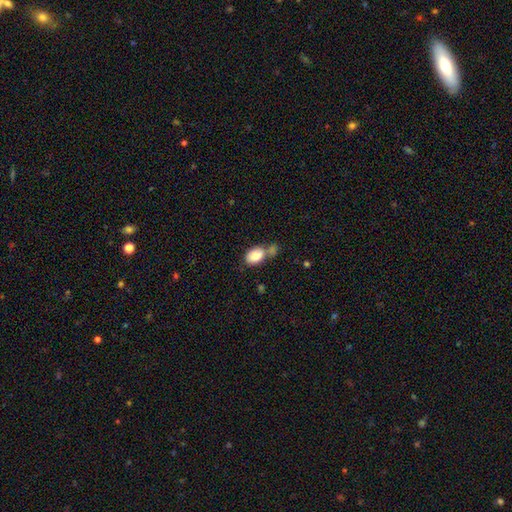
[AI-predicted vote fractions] smooth-or-featured: smooth: 85% | featured or disk: 8% | star or artifact: 7%
  how-rounded: in between: 85% | round: 14% | cigar-shaped: 1%
  merging: none: 41% | merger: 38% | minor disturbance: 16% | major disturbance: 6%